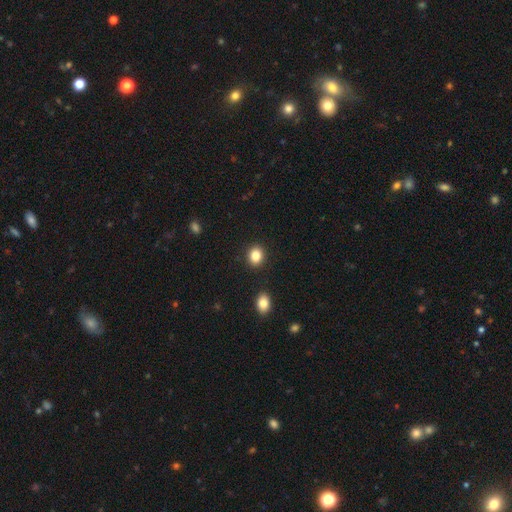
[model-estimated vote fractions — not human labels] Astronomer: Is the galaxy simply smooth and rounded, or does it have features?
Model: smooth — 85%.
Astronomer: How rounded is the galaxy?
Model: round — 60% (runner-up: in between, 40%).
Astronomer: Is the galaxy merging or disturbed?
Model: none — 89%.